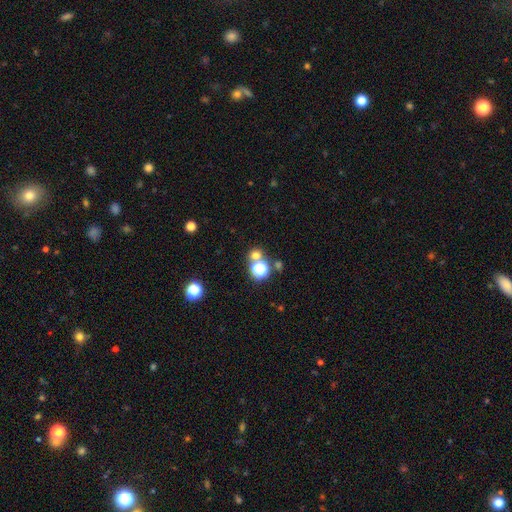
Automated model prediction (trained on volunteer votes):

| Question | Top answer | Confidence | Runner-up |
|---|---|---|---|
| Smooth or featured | smooth | 62% | star or artifact (30%) |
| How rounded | round | 86% | in between (13%) |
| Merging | none | 66% | merger (23%) |